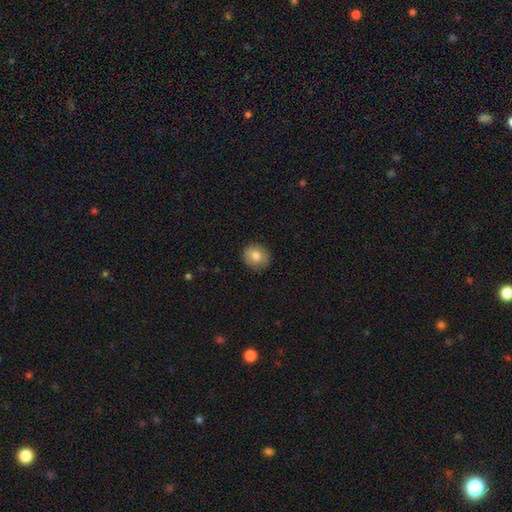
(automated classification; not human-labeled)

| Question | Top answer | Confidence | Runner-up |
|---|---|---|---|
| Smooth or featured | smooth | 78% | featured or disk (13%) |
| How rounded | round | 83% | in between (16%) |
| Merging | none | 90% | minor disturbance (8%) |